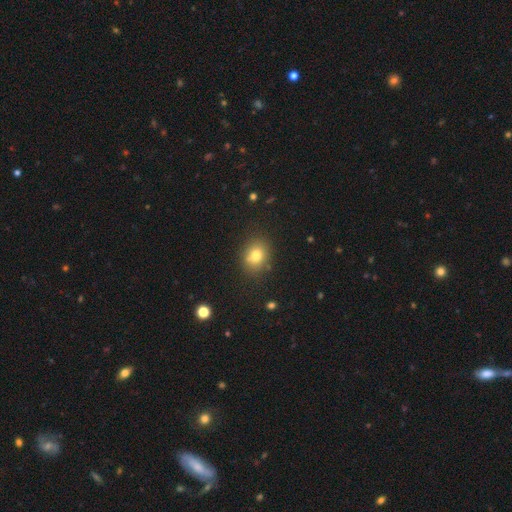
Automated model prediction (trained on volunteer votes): smooth-or-featured: smooth: 78% | star or artifact: 12% | featured or disk: 10%
  how-rounded: round: 54% | in between: 45% | cigar-shaped: 1%
  merging: none: 80% | minor disturbance: 13% | merger: 4% | major disturbance: 3%